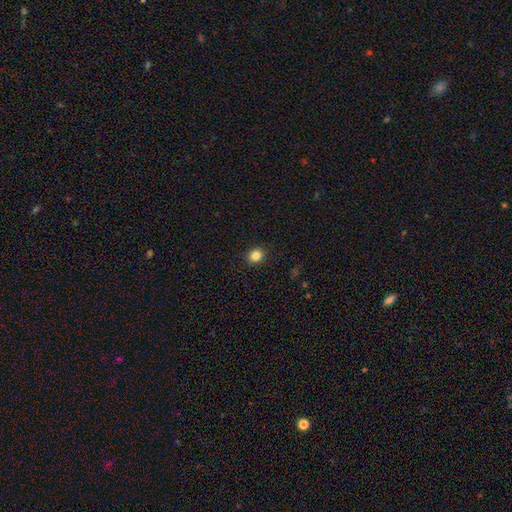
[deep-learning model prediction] smooth_or_featured: smooth (p=0.84) [alt: star or artifact p=0.12]
how_rounded: round (p=0.76) [alt: in between p=0.23]
merging: none (p=0.91) [alt: minor disturbance p=0.06]